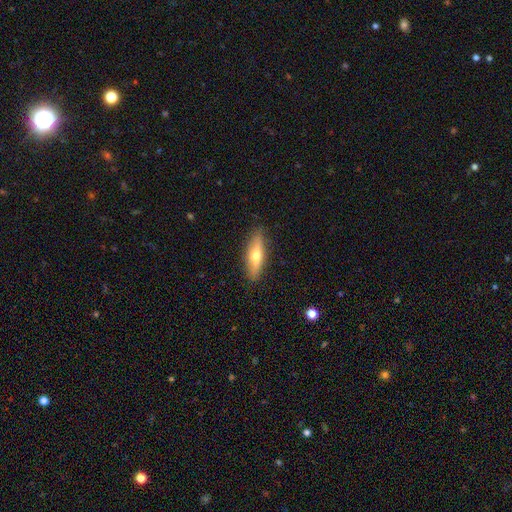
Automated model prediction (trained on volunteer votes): This appears to be a smooth galaxy with no disk features (55%) that is cigar-shaped (62%). Merging: none (87%).